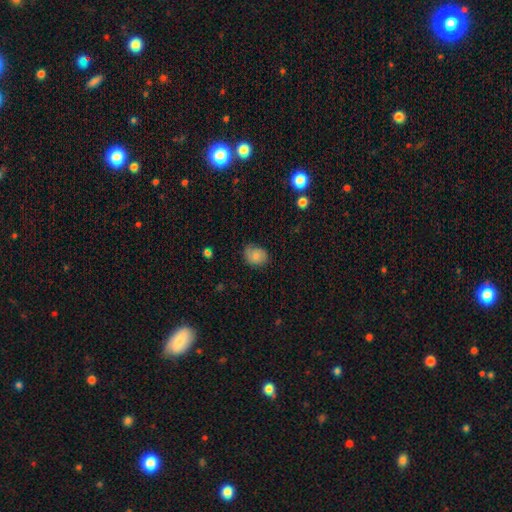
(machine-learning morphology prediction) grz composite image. It shows a smooth galaxy with no disk features (81%) that is in between round and cigar-shaped (51%). Merging: none (69%).